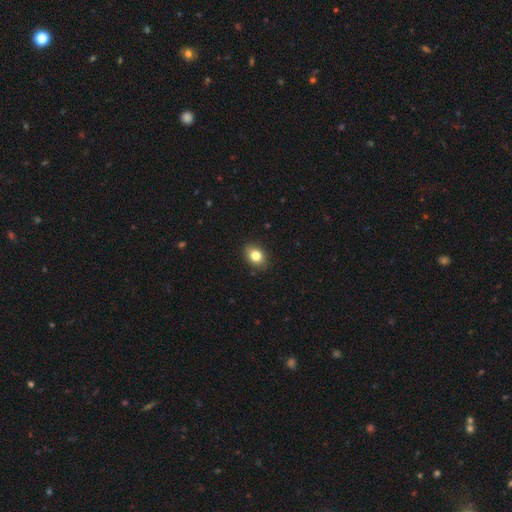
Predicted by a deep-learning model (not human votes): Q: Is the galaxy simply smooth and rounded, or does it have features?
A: smooth — 82%.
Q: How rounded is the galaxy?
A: in between — 70%.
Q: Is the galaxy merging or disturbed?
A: none — 87%.